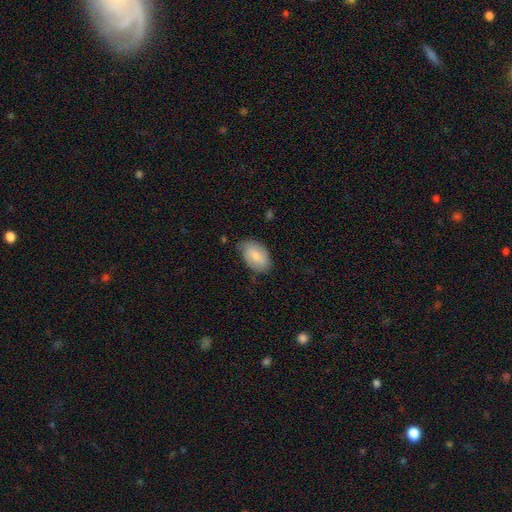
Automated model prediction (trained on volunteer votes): Smooth or featured?
  - smooth: 71% *
  - featured or disk: 23%
  - star or artifact: 6%
How rounded?
  - in between: 91% *
  - round: 7%
  - cigar-shaped: 1%
Merging?
  - none: 64% *
  - minor disturbance: 29%
  - major disturbance: 5%
  - merger: 2%